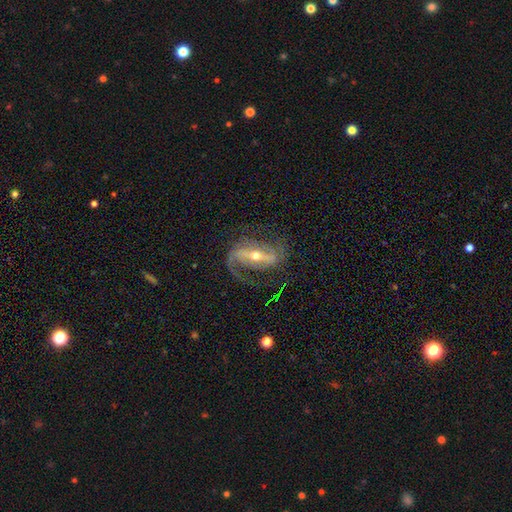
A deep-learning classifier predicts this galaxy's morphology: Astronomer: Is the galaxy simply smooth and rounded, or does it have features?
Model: featured or disk — 90%.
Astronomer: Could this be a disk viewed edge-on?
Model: no — 94%.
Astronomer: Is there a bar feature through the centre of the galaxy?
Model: strong — 66%.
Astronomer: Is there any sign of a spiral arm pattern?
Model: yes — 96%.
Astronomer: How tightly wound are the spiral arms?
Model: medium — 47% (runner-up: loose, 34%).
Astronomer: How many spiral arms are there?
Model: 2 — 80%.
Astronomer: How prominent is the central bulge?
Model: moderate — 49% (runner-up: small, 47%).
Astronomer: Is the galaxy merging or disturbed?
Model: none — 68%.